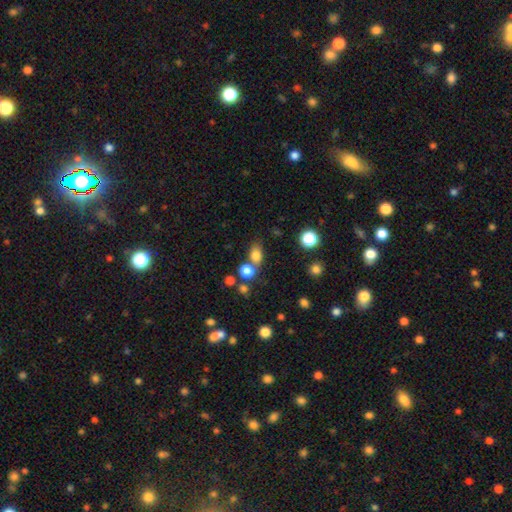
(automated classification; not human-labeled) A smooth galaxy with no disk features (79%) that is in between round and cigar-shaped (66%).

Vote fractions:
- Smooth or featured? smooth: 79% / star or artifact: 13% / featured or disk: 8%
- How rounded? in between: 66% / round: 32% / cigar-shaped: 2%
- Merging? none: 56% / merger: 27% / minor disturbance: 12% / major disturbance: 5%